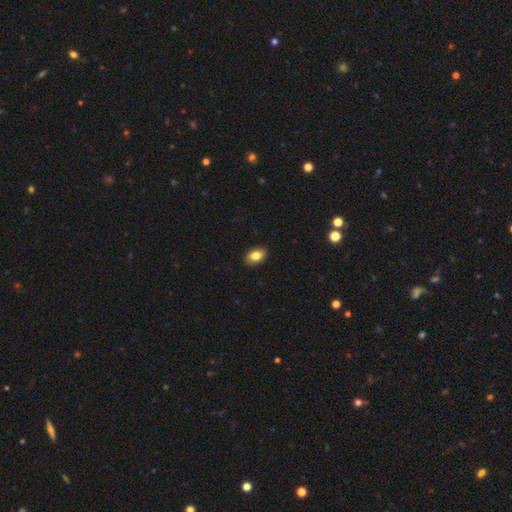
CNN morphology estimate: This appears to be a smooth galaxy with no disk features (83%) that is in between round and cigar-shaped (88%). Merging: none (90%).